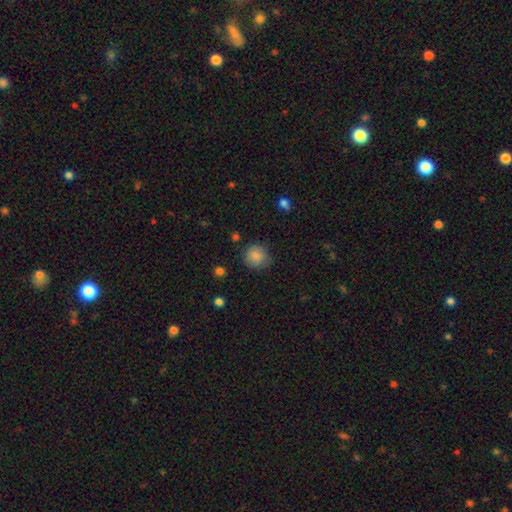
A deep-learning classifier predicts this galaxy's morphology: Overall: smooth (86%). How rounded: round (91%). Merging: none (81%).